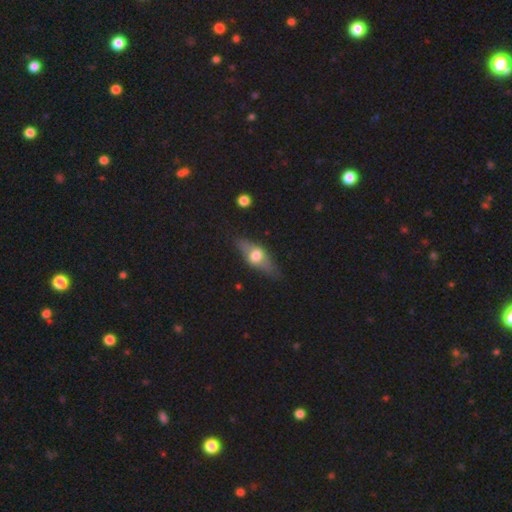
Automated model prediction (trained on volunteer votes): smooth 47%, featured or disk 46%, star or artifact 7%. Down the decision tree: merging — none (76%).